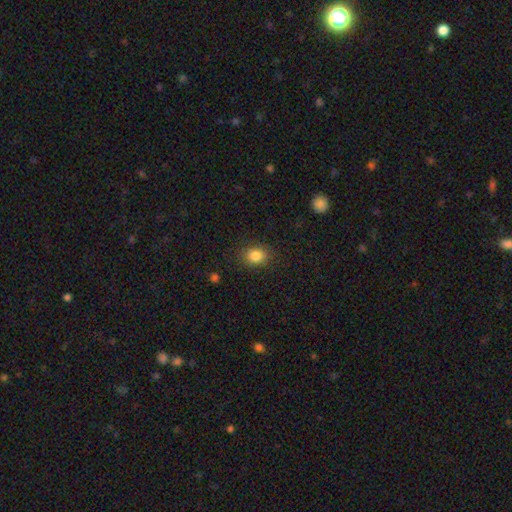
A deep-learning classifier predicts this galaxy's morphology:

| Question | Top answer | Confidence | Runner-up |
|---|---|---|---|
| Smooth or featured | smooth | 85% | star or artifact (10%) |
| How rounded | round | 53% | in between (45%) |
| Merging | none | 84% | minor disturbance (11%) |